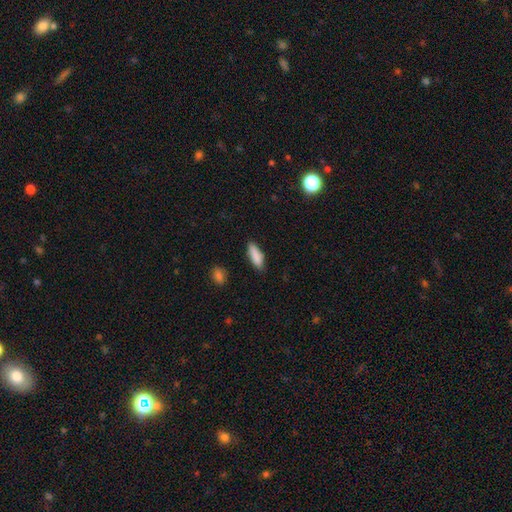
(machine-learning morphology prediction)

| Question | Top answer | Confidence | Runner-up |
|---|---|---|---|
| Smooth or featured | smooth | 87% | star or artifact (7%) |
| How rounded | in between | 53% | cigar-shaped (45%) |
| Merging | none | 81% | minor disturbance (15%) |